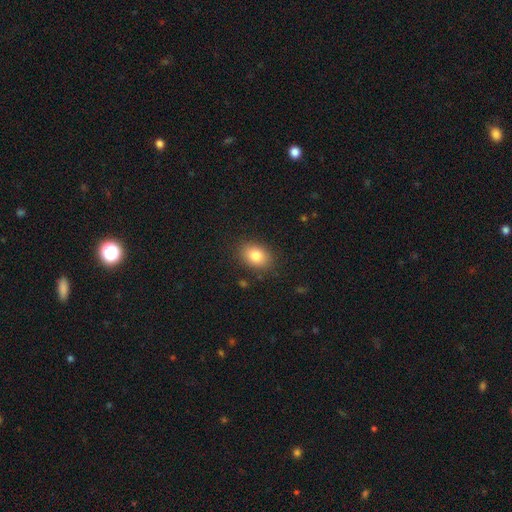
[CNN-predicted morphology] Q: Smooth or featured?
A: smooth (83%); runner-up: star or artifact (9%)
Q: How rounded?
A: in between (75%); runner-up: round (24%)
Q: Merging?
A: none (85%); runner-up: minor disturbance (10%)